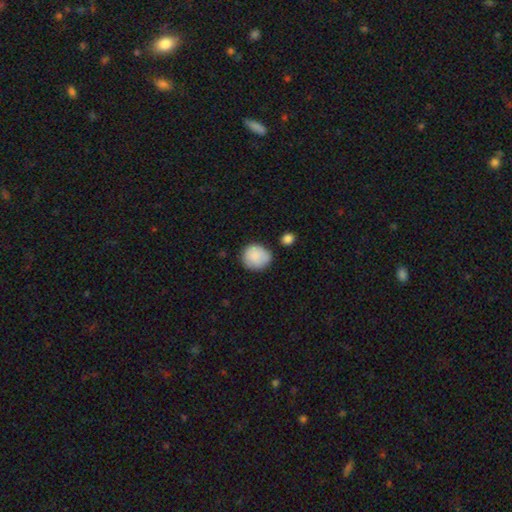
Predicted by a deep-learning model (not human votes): Morphology: type=smooth (86%); roundness=round (83%); merging=none (68%).